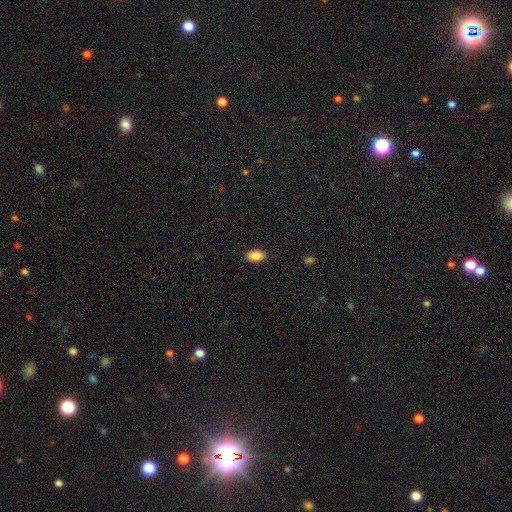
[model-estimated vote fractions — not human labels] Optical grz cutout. It shows a smooth galaxy with no disk features (88%) that is in between round and cigar-shaped (94%). Merging: none (86%).